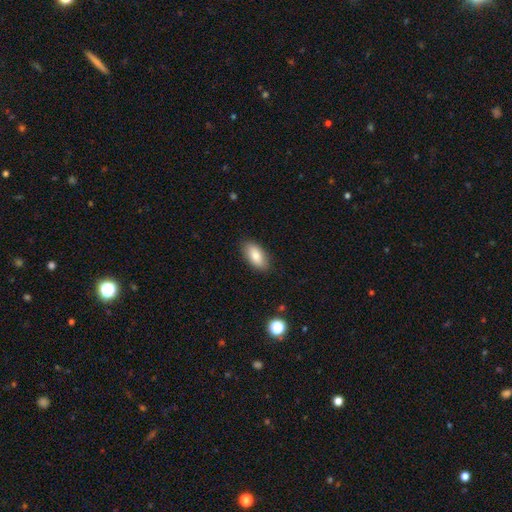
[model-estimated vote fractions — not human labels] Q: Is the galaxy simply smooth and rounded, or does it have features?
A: smooth — 82%.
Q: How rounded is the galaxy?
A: in between — 91%.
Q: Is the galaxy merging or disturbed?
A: none — 86%.